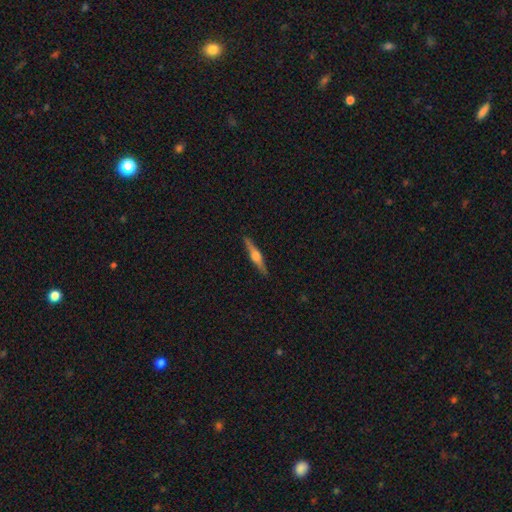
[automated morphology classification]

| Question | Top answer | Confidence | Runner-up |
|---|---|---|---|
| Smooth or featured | featured or disk | 71% | smooth (23%) |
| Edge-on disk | yes | 98% | no (2%) |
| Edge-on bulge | rounded | 88% | boxy (9%) |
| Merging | none | 90% | minor disturbance (7%) |